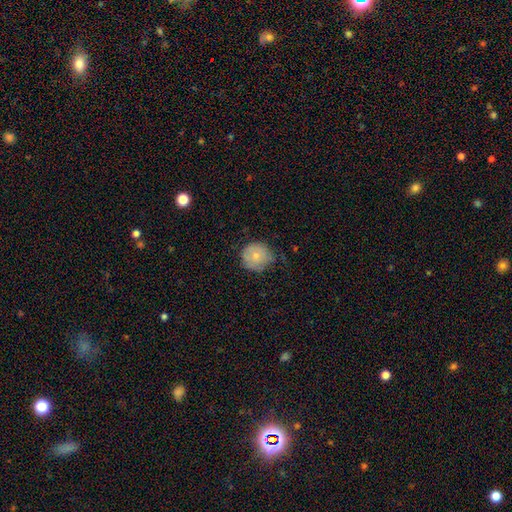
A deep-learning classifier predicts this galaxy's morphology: type=smooth (74%); roundness=round (90%); merging=none (60%).